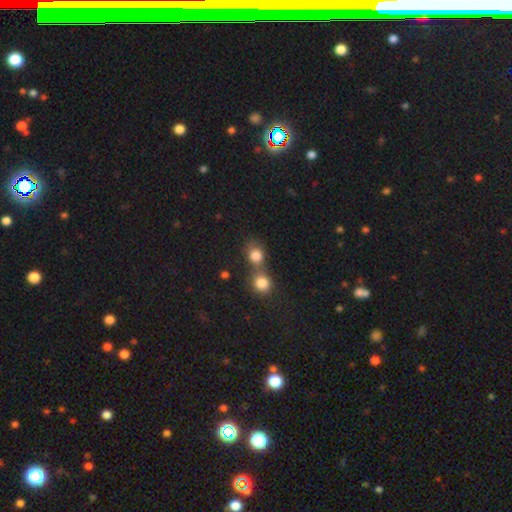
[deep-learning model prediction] This appears to be a smooth galaxy with no disk features (80%) that is round (76%). Merging: merger (50%).